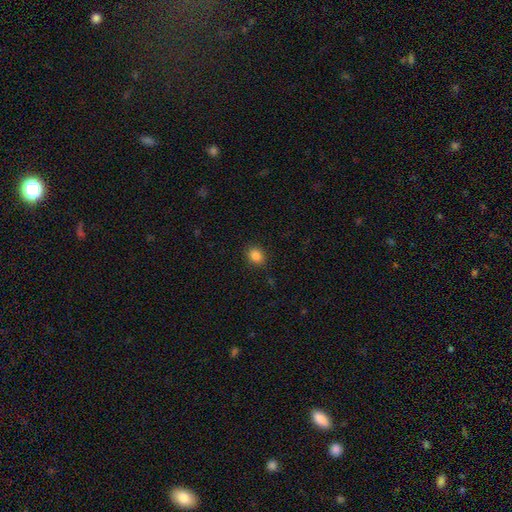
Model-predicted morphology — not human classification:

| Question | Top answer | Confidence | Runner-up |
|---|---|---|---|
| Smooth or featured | smooth | 85% | star or artifact (11%) |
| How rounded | round | 50% | in between (49%) |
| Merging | none | 89% | minor disturbance (8%) |